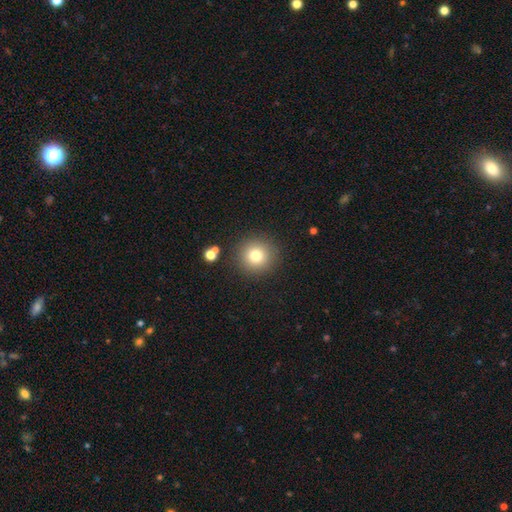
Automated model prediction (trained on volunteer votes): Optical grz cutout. It shows a smooth galaxy with no disk features (77%) that is round (95%). Merging: none (88%).